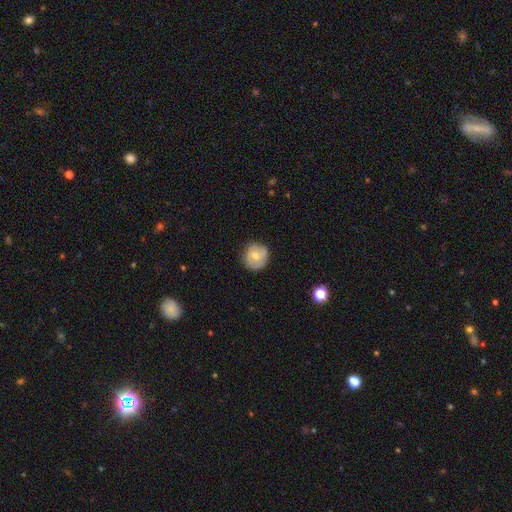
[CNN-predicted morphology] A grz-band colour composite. It shows a smooth galaxy with no disk features (61%) that is round (88%). Merging: none (79%).